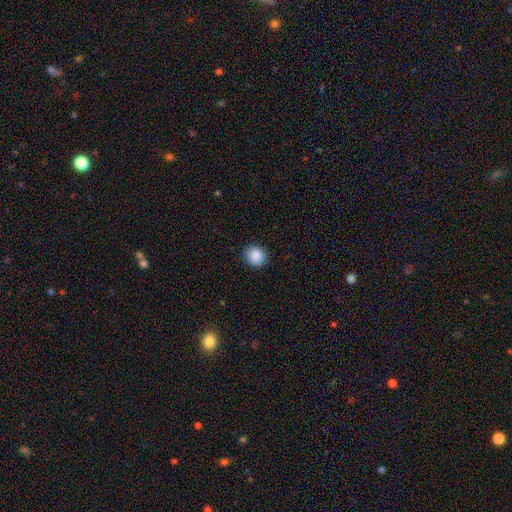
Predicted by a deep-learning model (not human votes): Overall: smooth (88%). How rounded: round (86%). Merging: none (90%).